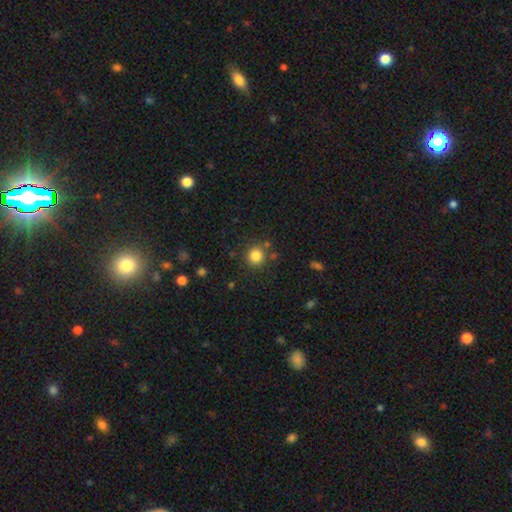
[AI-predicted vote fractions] Morphology: type=smooth (82%); roundness=round (91%); merging=none (82%).